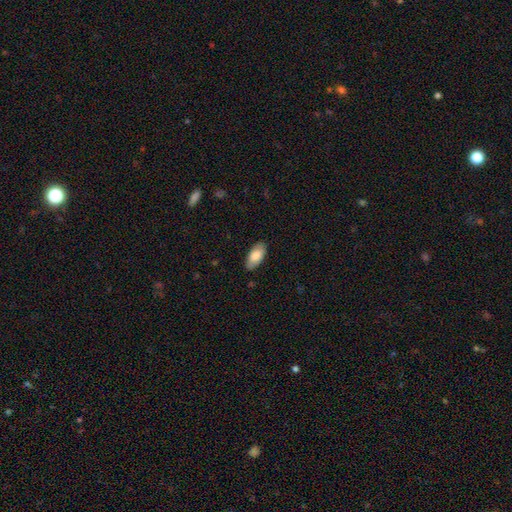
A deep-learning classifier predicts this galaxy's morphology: Smooth or featured?
  - smooth: 82% *
  - featured or disk: 12%
  - star or artifact: 6%
How rounded?
  - in between: 91% *
  - cigar-shaped: 7%
  - round: 2%
Merging?
  - none: 83% *
  - minor disturbance: 13%
  - major disturbance: 3%
  - merger: 1%